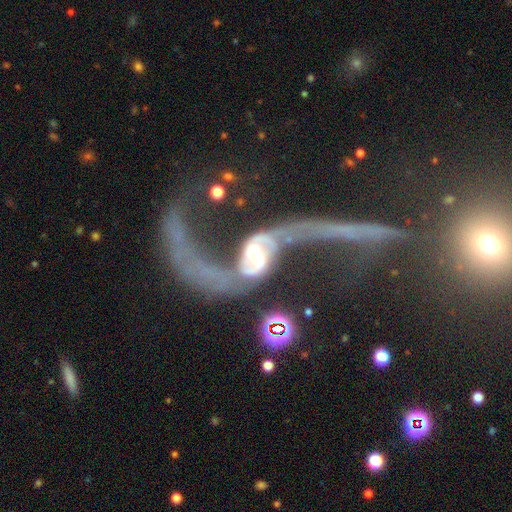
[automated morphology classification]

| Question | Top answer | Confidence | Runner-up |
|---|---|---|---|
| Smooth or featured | featured or disk | 84% | smooth (10%) |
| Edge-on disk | no | 92% | yes (8%) |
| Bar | strong | 46% | weak (36%) |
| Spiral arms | yes | 85% | no (15%) |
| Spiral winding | loose | 70% | medium (20%) |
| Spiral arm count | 2 | 90% | can't tell (4%) |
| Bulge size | moderate | 54% | large (23%) |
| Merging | major disturbance | 47% | none (22%) |